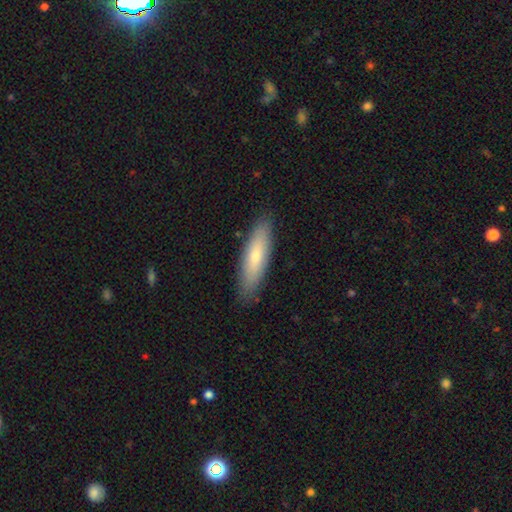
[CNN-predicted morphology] The model was most divided on "how rounded": cigar-shaped: 59%, in between: 39%, round: 2%. More confident: merging — none (87%); smooth or featured — smooth (72%).